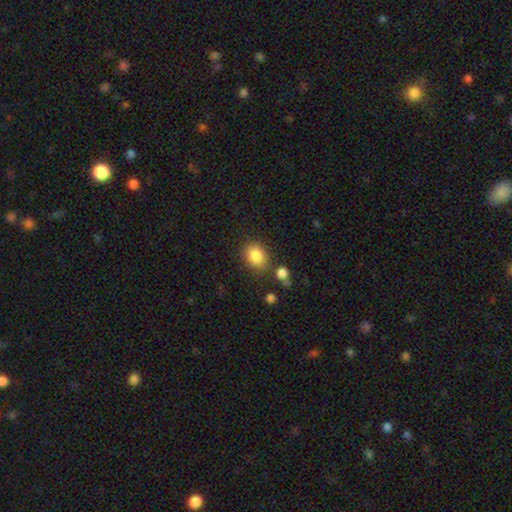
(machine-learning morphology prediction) A smooth galaxy with no disk features (86%) that is in between round and cigar-shaped (50%). Merging: none (75%).